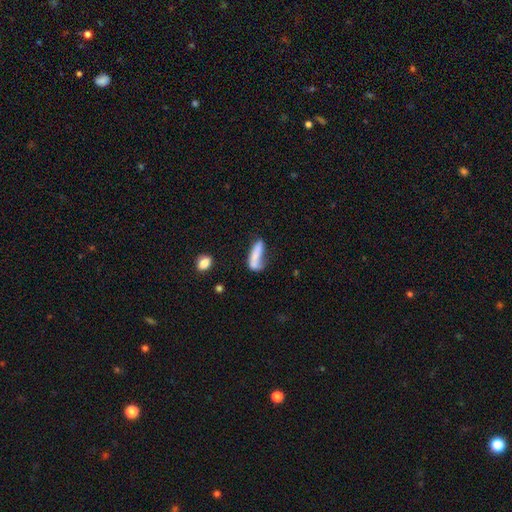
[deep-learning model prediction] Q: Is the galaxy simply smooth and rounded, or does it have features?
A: smooth — 72%.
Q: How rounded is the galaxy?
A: cigar-shaped — 58%.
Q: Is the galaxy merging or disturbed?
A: none — 36%.